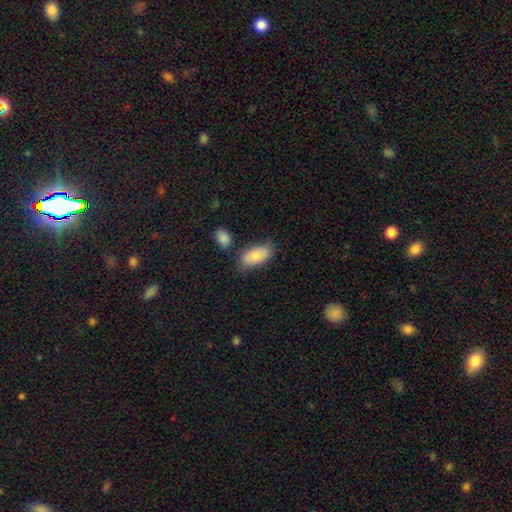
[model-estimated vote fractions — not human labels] Overall: smooth (81%). How rounded: in between (92%). Merging: none (70%).